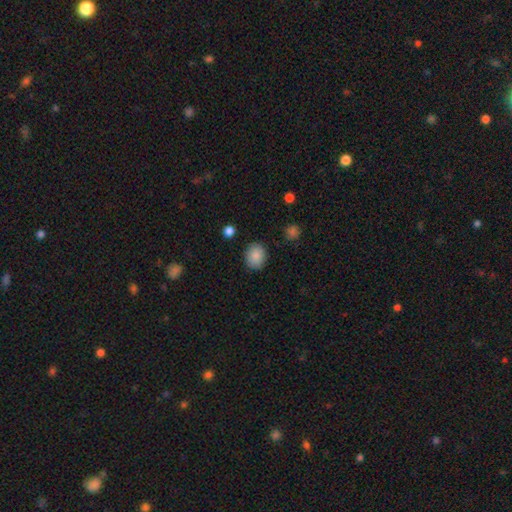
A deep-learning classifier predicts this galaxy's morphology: type=smooth (88%); roundness=round (55%); merging=none (87%).